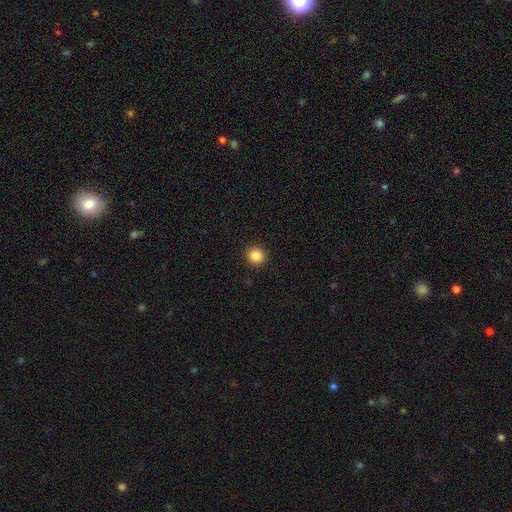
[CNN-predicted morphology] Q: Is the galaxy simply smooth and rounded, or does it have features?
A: smooth — 86%.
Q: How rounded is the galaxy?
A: round — 94%.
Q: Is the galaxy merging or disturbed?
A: none — 93%.